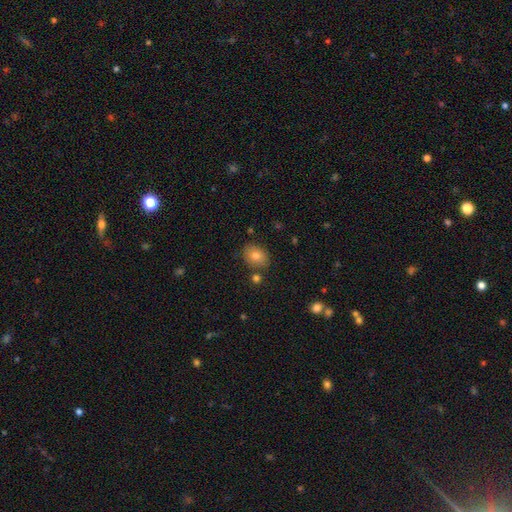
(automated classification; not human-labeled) Overall: smooth (78%). How rounded: in between (63%; round 36%). Merging: none (81%).